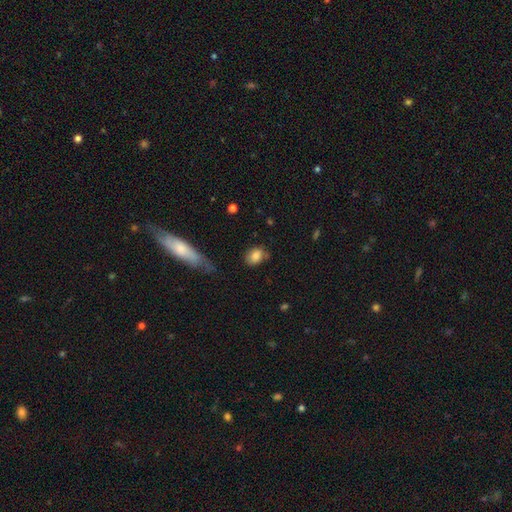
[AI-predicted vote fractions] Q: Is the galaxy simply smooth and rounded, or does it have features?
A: smooth — 82%.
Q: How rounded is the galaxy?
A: in between — 69%.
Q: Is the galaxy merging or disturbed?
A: none — 67%.